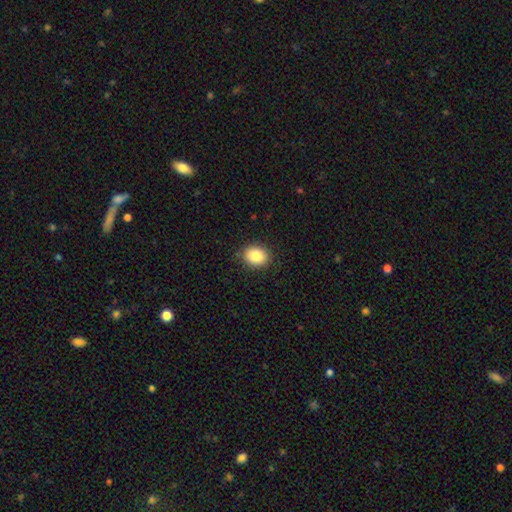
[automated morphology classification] This appears to be a smooth galaxy with no disk features (86%) that is round (52%). Merging: none (88%).